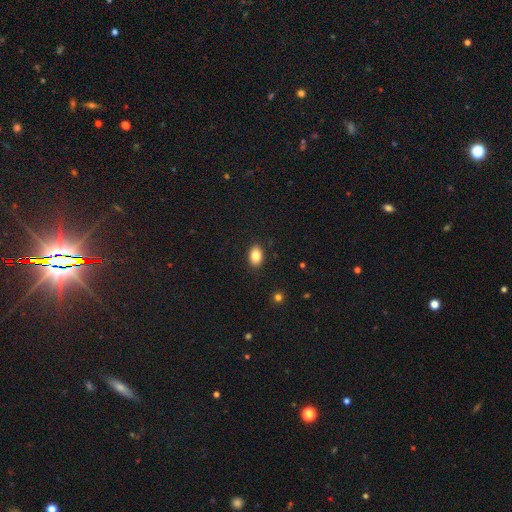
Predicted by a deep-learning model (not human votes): smooth 84%, star or artifact 9%, featured or disk 8%. Down the decision tree: how rounded — in between (85%); merging — none (89%).